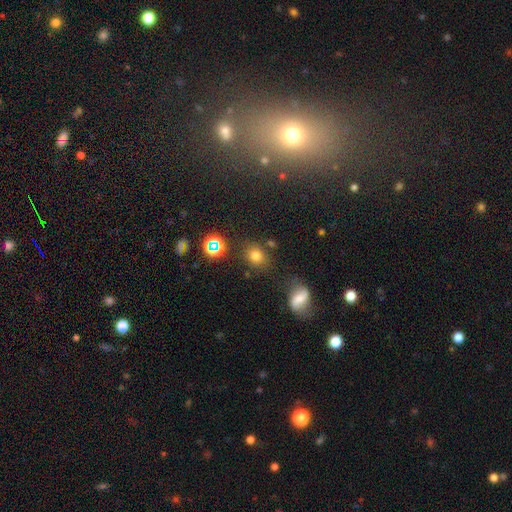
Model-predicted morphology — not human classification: Smooth or featured? Predicted: smooth (p=0.73). How rounded? Predicted: round (p=0.66). Merging? Predicted: none (p=0.77).